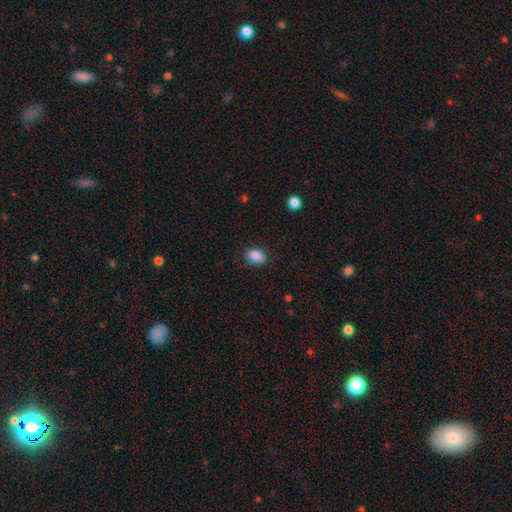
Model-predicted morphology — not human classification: type=smooth (86%); roundness=in between (73%); merging=none (83%).